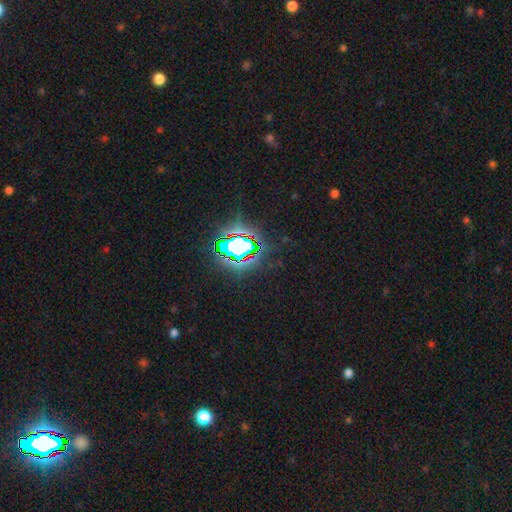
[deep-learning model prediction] Smooth or featured? Predicted: star or artifact (p=0.85).